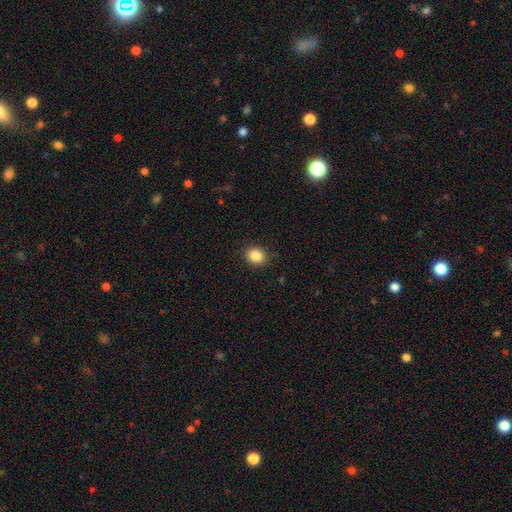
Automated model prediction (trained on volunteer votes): Morphology: type=smooth (87%); roundness=round (65%); merging=none (88%).